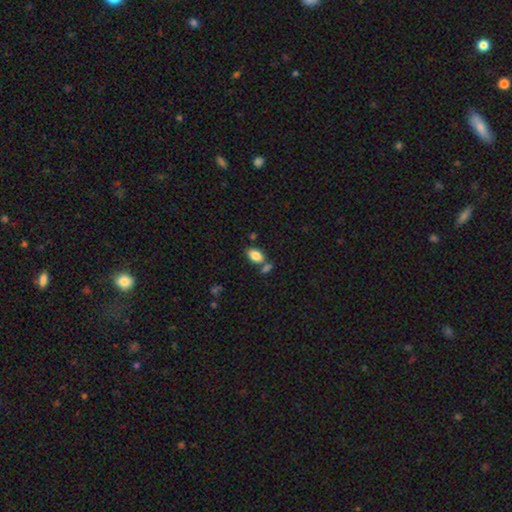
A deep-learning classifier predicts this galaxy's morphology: A smooth galaxy with no disk features (84%) that is in between round and cigar-shaped (91%).

Vote fractions:
- Smooth or featured? smooth: 84% / featured or disk: 8% / star or artifact: 8%
- How rounded? in between: 91% / round: 6% / cigar-shaped: 3%
- Merging? none: 64% / merger: 21% / minor disturbance: 12% / major disturbance: 4%